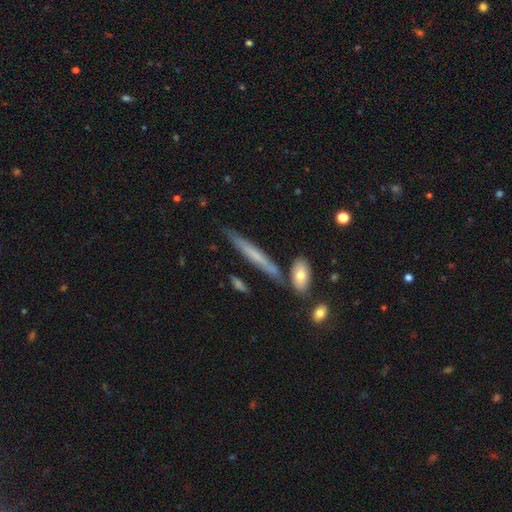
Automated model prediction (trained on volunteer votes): smooth-or-featured: smooth: 50% | featured or disk: 43% | star or artifact: 7%
  merging: none: 77% | minor disturbance: 14% | merger: 6% | major disturbance: 3%